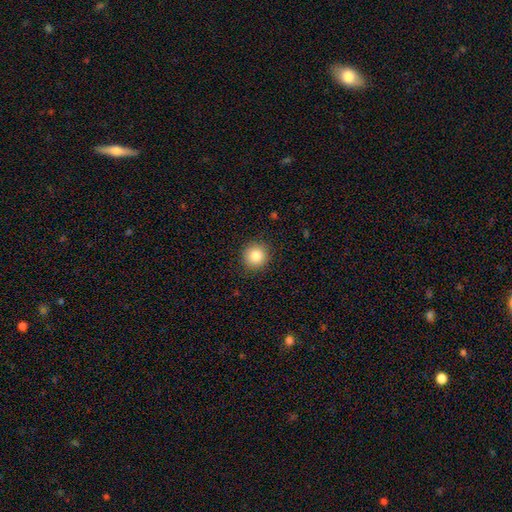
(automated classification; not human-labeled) smooth_or_featured: smooth (p=0.84) [alt: star or artifact p=0.10]
how_rounded: round (p=0.93) [alt: in between p=0.06]
merging: none (p=0.90) [alt: minor disturbance p=0.07]